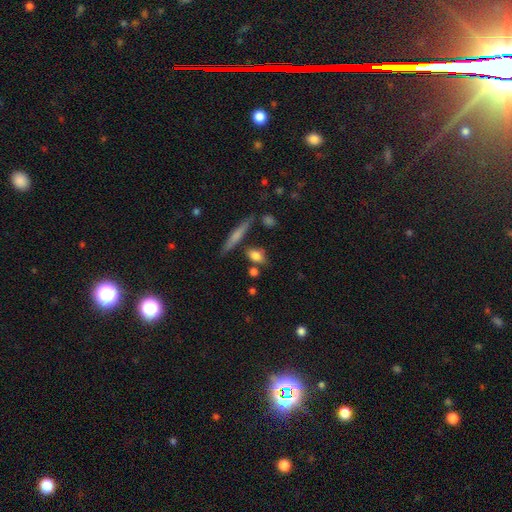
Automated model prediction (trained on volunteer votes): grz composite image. It shows a smooth galaxy with no disk features (77%) that is in between round and cigar-shaped (64%). Merging: none (68%).